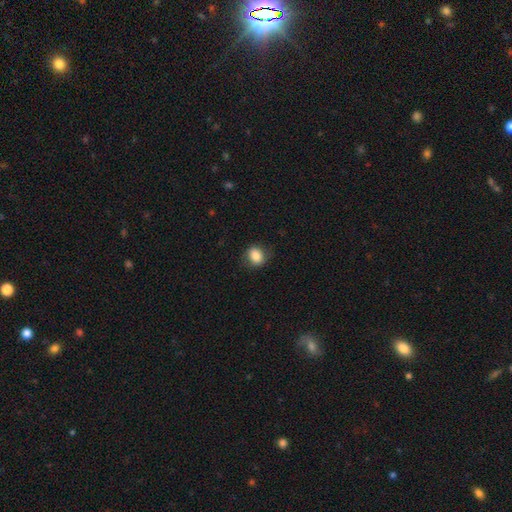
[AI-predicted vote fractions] smooth_or_featured: smooth (p=0.85) [alt: star or artifact p=0.09]
how_rounded: in between (p=0.49) [tied with: round p=0.49]
merging: none (p=0.80) [alt: minor disturbance p=0.15]